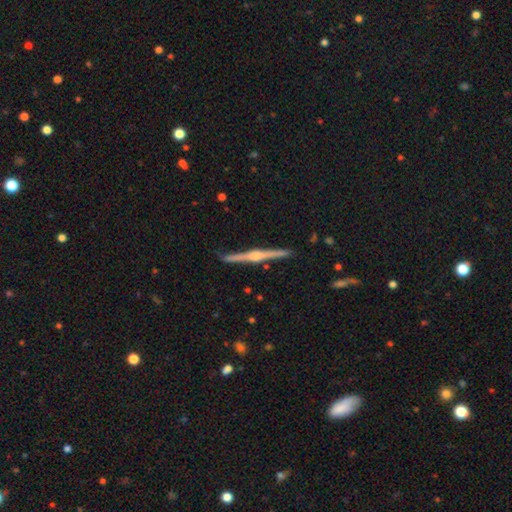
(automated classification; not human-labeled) A featured or disk galaxy (86%) viewed edge-on (99%) with a rounded central bulge (85%).

Vote fractions:
- Smooth or featured? featured or disk: 86% / smooth: 9% / star or artifact: 5%
- Edge-on disk? yes: 99% / no: 1%
- Edge-on bulge? rounded: 85% / boxy: 9% / none: 6%
- Merging? none: 91% / minor disturbance: 6% / major disturbance: 1% / merger: 1%